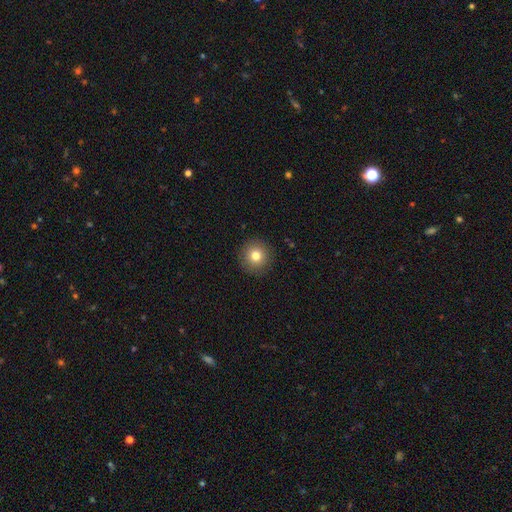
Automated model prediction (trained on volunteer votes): smooth_or_featured: smooth (p=0.80) [alt: star or artifact p=0.11]
how_rounded: round (p=0.94) [alt: in between p=0.05]
merging: none (p=0.91) [alt: minor disturbance p=0.06]